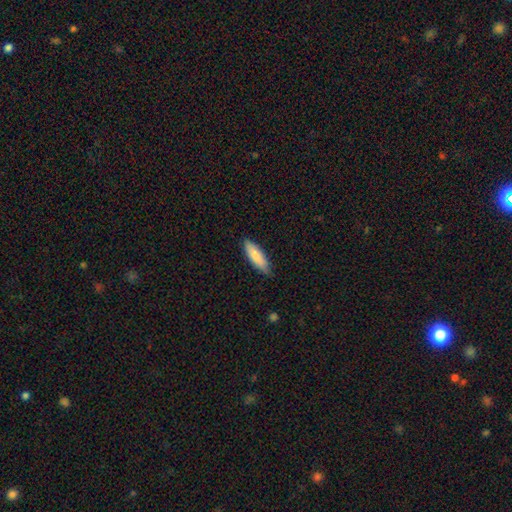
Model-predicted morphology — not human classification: smooth_or_featured: smooth (p=0.84) [alt: featured or disk p=0.10]
how_rounded: cigar-shaped (p=0.51) [alt: in between p=0.48]
merging: none (p=0.83) [alt: minor disturbance p=0.14]